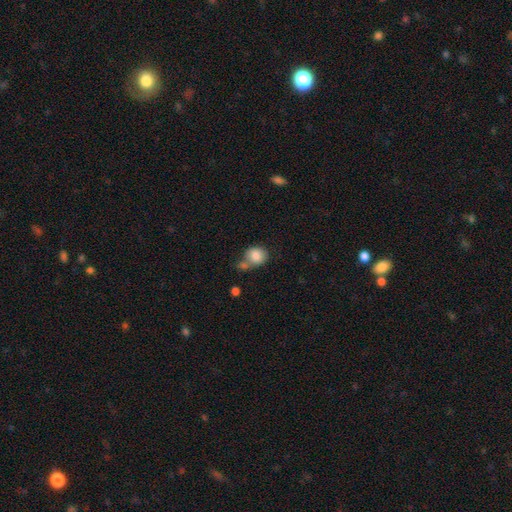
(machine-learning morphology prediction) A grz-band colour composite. It shows a smooth galaxy with no disk features (82%) that is round (76%). Merging: none (47%).